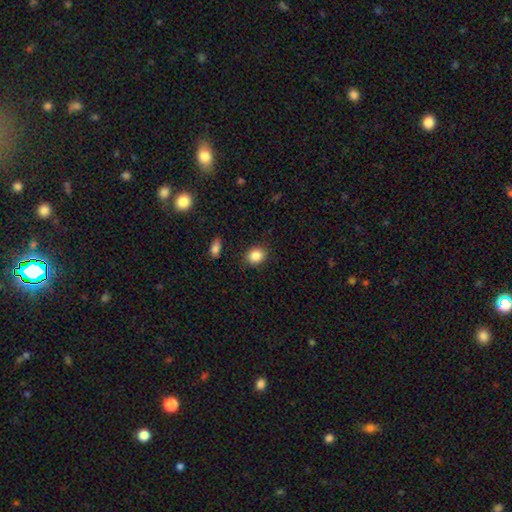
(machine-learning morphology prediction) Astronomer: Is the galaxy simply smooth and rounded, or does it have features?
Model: smooth — 86%.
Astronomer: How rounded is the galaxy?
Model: round — 58% (runner-up: in between, 41%).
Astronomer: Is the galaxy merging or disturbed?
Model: none — 87%.